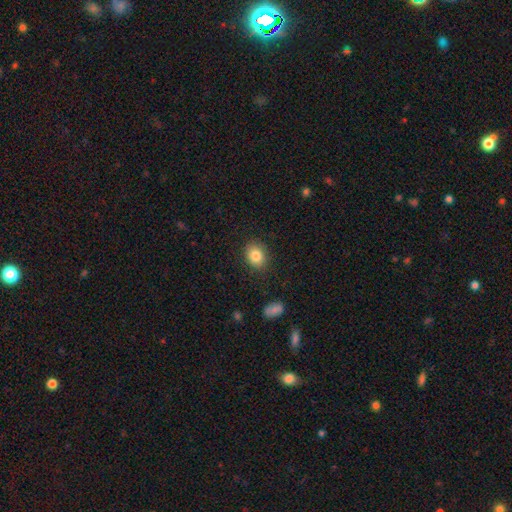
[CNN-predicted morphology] smooth-or-featured: smooth: 84% | star or artifact: 9% | featured or disk: 7%
  how-rounded: in between: 56% | round: 43% | cigar-shaped: 1%
  merging: none: 86% | minor disturbance: 10% | major disturbance: 3% | merger: 1%